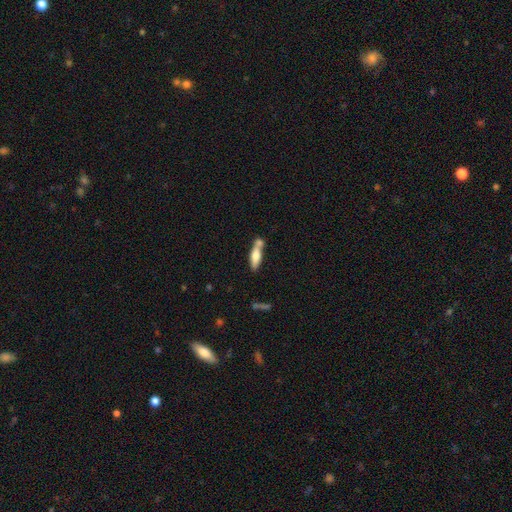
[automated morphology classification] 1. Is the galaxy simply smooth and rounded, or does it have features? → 61% smooth, 33% featured or disk, 6% star or artifact.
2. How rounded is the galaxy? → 60% cigar-shaped, 38% in between, 2% round.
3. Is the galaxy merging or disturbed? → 48% none, 33% merger, 14% minor disturbance, 5% major disturbance.